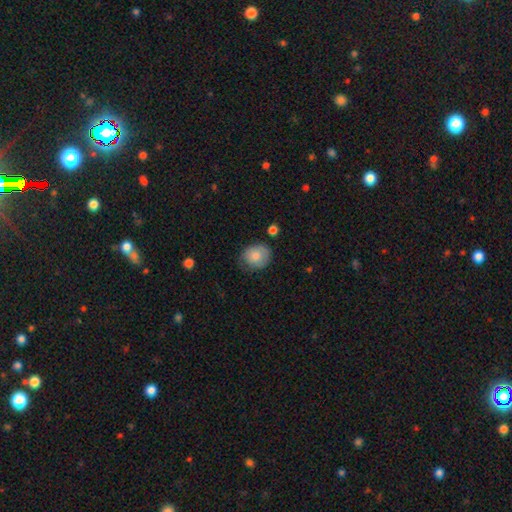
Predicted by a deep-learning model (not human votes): The model was most divided on "how rounded": round: 67%, in between: 32%, cigar-shaped: 1%. More confident: smooth or featured — smooth (79%); merging — none (64%).